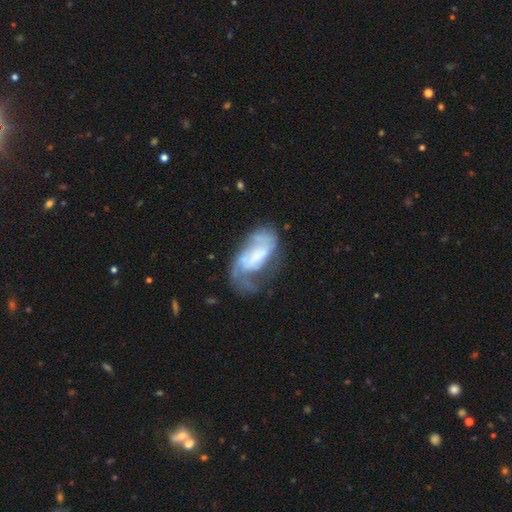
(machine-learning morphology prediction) featured or disk 68%, smooth 24%, star or artifact 8%. Down the decision tree: edge-on disk — no (96%); bar — no (52%); spiral arms — yes (76%); bulge size — none (37%); merging — major disturbance (39%).